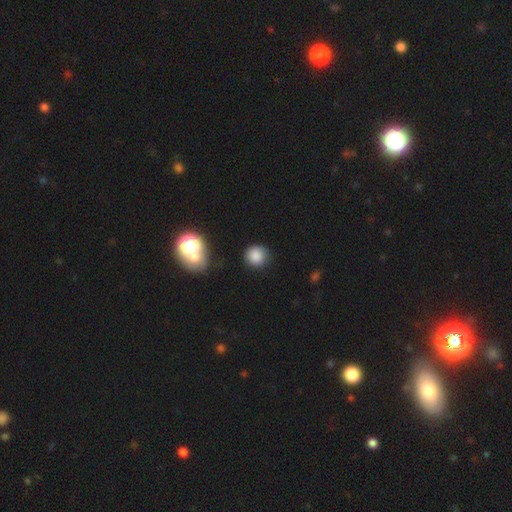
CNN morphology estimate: The model was most divided on "merging": none: 81%, minor disturbance: 13%, major disturbance: 4%, merger: 3%. More confident: how rounded — round (89%); smooth or featured — smooth (83%).